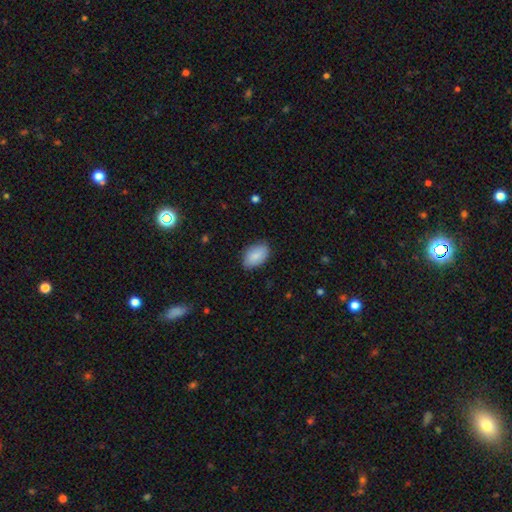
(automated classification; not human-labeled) Overall: smooth (87%). How rounded: in between (93%). Merging: none (82%).